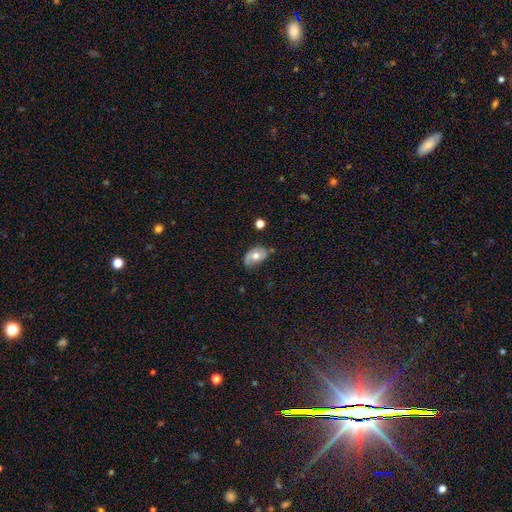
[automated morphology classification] A smooth galaxy with no disk features (49%). Merging: none (55%).